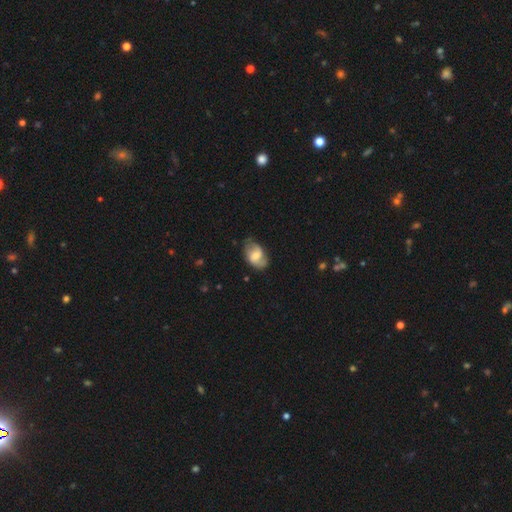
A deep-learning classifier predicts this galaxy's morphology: Q: Smooth or featured?
A: smooth (49%); runner-up: featured or disk (44%)
Q: Merging?
A: none (60%); runner-up: minor disturbance (29%)